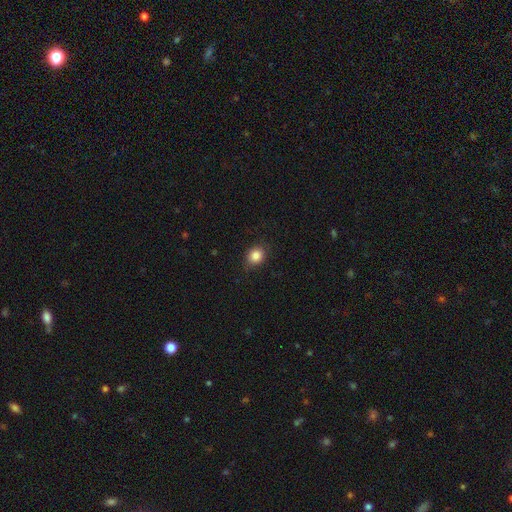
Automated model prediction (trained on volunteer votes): smooth-or-featured: smooth: 85% | star or artifact: 10% | featured or disk: 5%
  how-rounded: round: 65% | in between: 34% | cigar-shaped: 1%
  merging: none: 82% | minor disturbance: 14% | major disturbance: 3% | merger: 1%